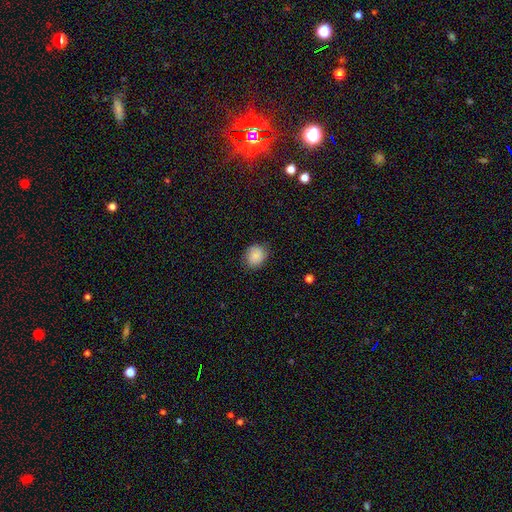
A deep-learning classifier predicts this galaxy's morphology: Smooth or featured? Predicted: smooth (p=0.83). How rounded? Predicted: round (p=0.65). Merging? Predicted: none (p=0.77).